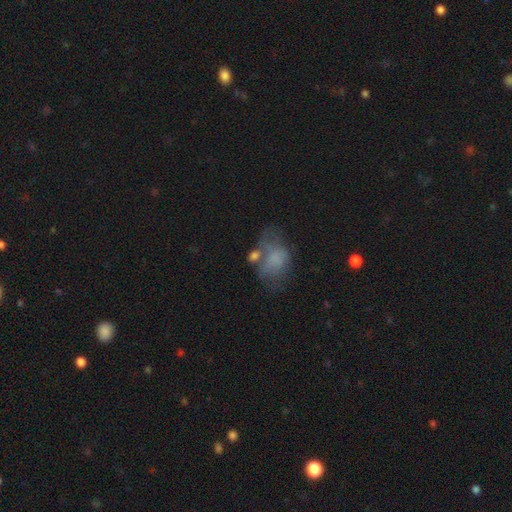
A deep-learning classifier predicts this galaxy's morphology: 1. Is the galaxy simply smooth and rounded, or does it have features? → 59% smooth, 29% featured or disk, 12% star or artifact.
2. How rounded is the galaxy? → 74% in between, 24% round, 2% cigar-shaped.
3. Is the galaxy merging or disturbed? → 29% major disturbance, 28% none, 23% minor disturbance, 21% merger.